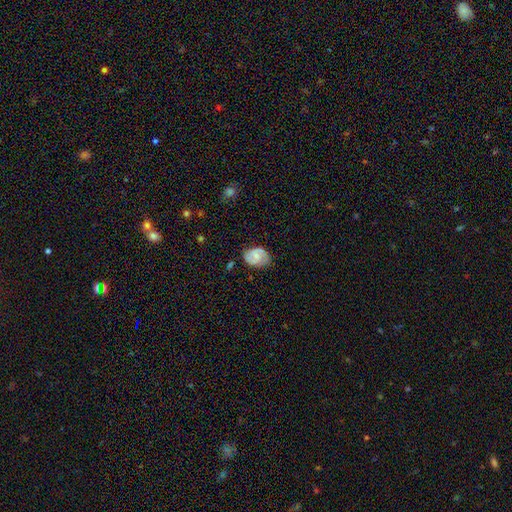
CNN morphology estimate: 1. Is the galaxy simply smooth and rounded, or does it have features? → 48% featured or disk, 45% smooth, 7% star or artifact.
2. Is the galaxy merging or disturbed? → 68% none, 25% minor disturbance, 6% major disturbance, 2% merger.